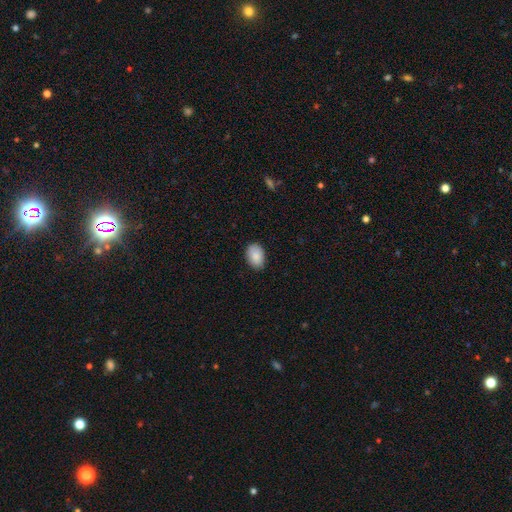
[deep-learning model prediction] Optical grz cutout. It shows a smooth galaxy with no disk features (89%) that is in between round and cigar-shaped (86%). Merging: none (84%).